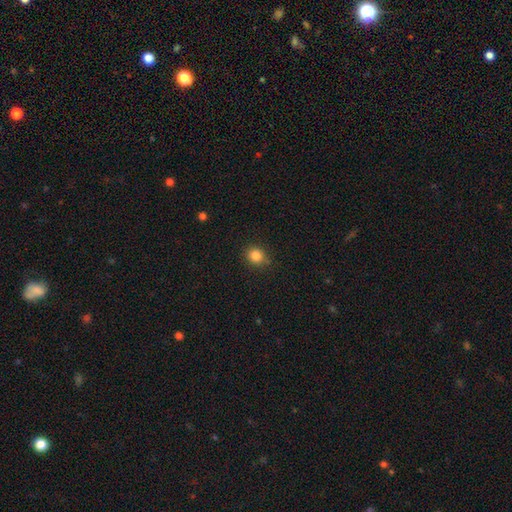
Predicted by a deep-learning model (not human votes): Smooth or featured? smooth (84%)
How rounded? round (82%)
Merging? none (87%)